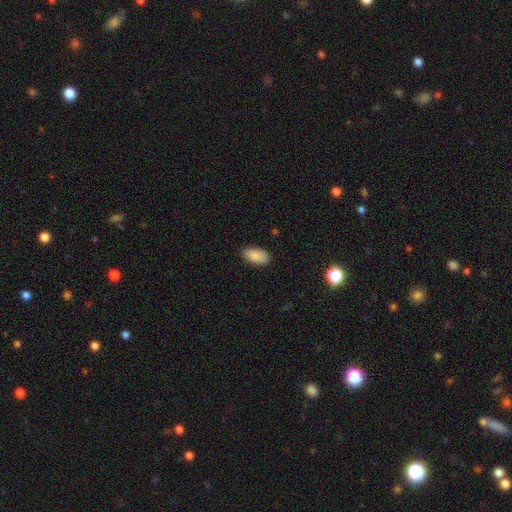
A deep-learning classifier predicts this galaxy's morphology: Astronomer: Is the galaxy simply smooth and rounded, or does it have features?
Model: smooth — 89%.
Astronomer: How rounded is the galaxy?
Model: in between — 94%.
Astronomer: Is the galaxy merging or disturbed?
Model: none — 83%.